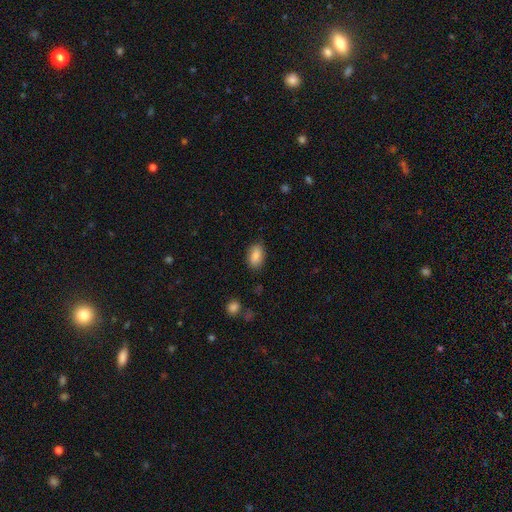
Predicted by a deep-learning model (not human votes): This is clearly a smooth galaxy (86%). How rounded: clearly in between (90%). Merging: clearly none (83%).